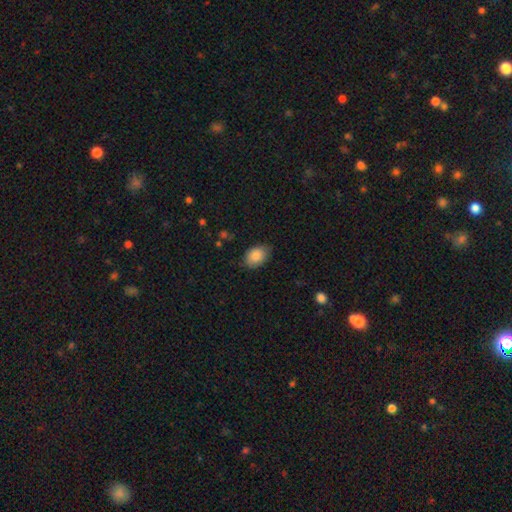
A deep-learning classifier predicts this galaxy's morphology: Smooth or featured?
  - smooth: 87% *
  - star or artifact: 7%
  - featured or disk: 6%
How rounded?
  - in between: 81% *
  - round: 18%
  - cigar-shaped: 1%
Merging?
  - none: 76% *
  - minor disturbance: 20%
  - major disturbance: 3%
  - merger: 1%